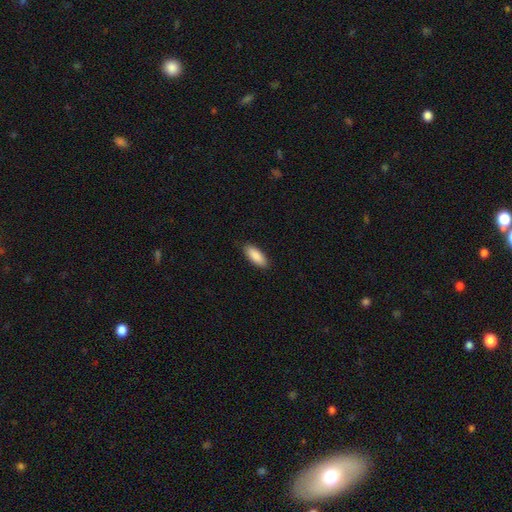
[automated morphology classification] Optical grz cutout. It shows a smooth galaxy with no disk features (90%) that is in between round and cigar-shaped (80%). Merging: none (88%).